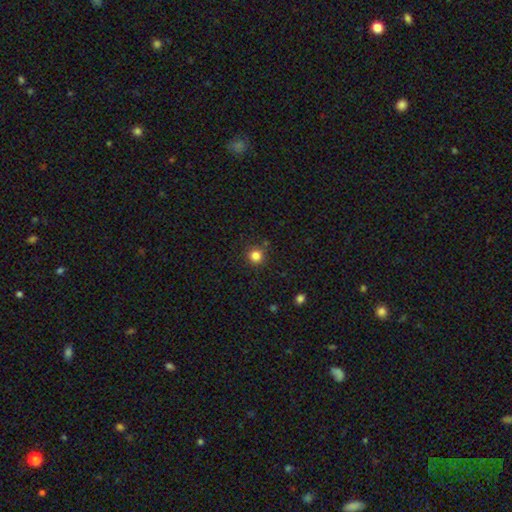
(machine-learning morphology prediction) A smooth galaxy with no disk features (83%) that is round (93%).

Vote fractions:
- Smooth or featured? smooth: 83% / star or artifact: 13% / featured or disk: 4%
- How rounded? round: 93% / in between: 6% / cigar-shaped: 1%
- Merging? none: 86% / minor disturbance: 9% / merger: 3% / major disturbance: 3%